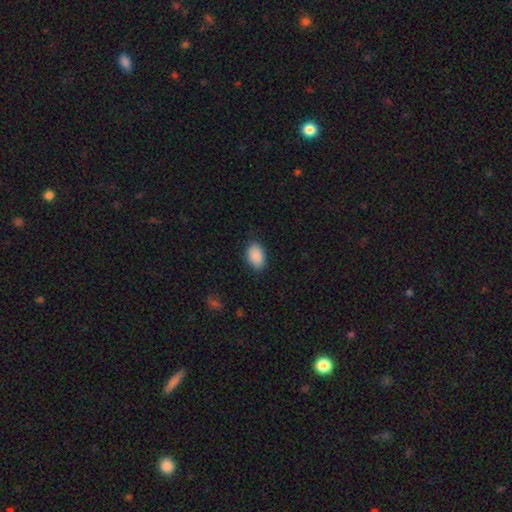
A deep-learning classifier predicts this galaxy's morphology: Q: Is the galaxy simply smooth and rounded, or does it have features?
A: smooth — 90%.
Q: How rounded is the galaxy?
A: in between — 90%.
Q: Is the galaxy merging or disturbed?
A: none — 85%.